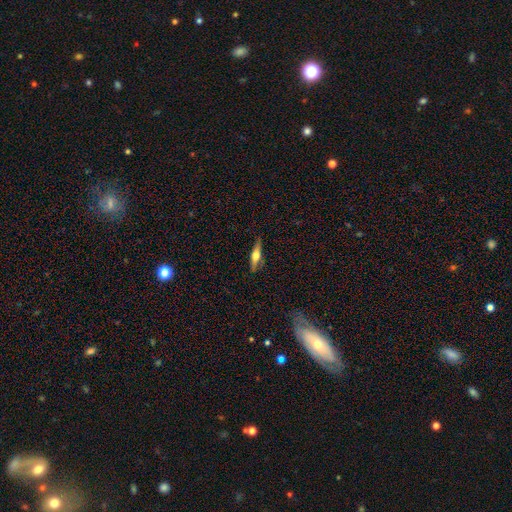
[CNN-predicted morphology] featured or disk 55%, smooth 39%, star or artifact 6%. Down the decision tree: edge-on disk — yes (94%); edge-on bulge — rounded (92%); merging — none (84%).